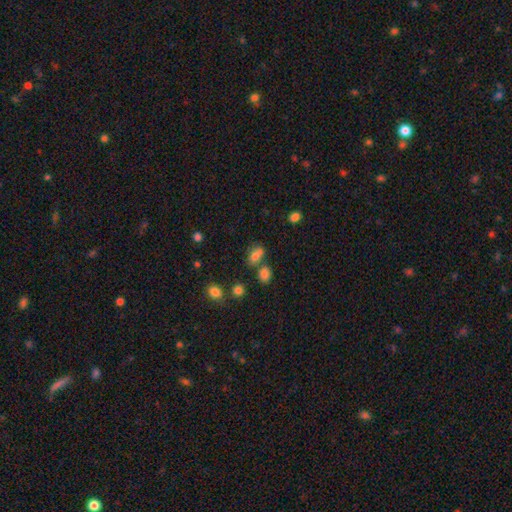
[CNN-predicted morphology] Smooth or featured: smooth — 75% (star or artifact — 14%)
How rounded: in between — 71% (round — 26%)
Merging: none — 52% (merger — 27%)